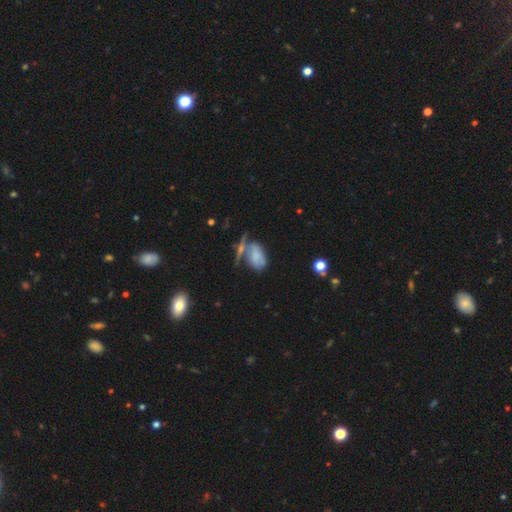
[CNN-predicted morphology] Smooth or featured: smooth — 62% (featured or disk — 27%)
How rounded: in between — 87% (round — 9%)
Merging: none — 32% (merger — 31%)